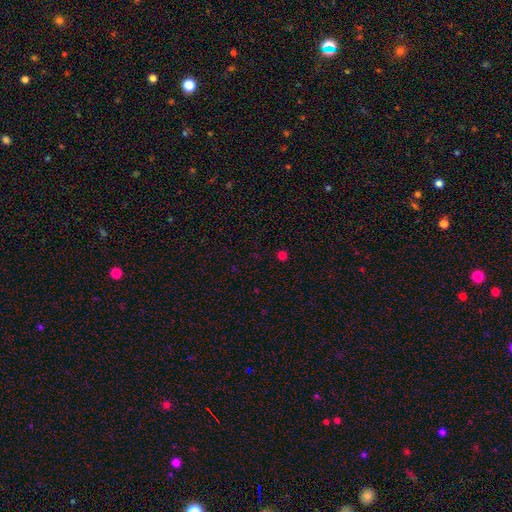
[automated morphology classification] The model was most divided on "smooth or featured": smooth: 50%, star or artifact: 45%, featured or disk: 5%. More confident: merging — none (87%).